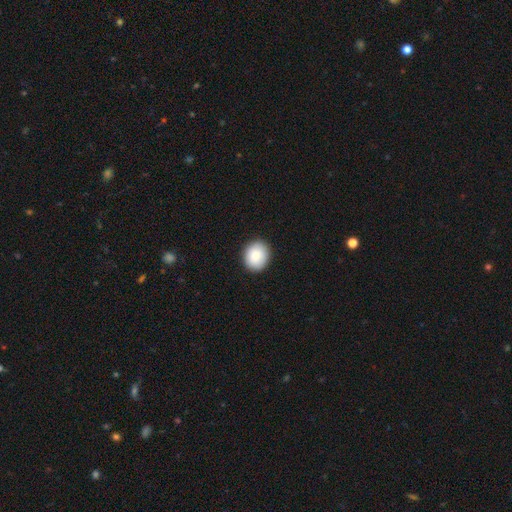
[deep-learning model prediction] A smooth galaxy with no disk features (87%) that is round (66%).

Vote fractions:
- Smooth or featured? smooth: 87% / star or artifact: 7% / featured or disk: 6%
- How rounded? round: 66% / in between: 33% / cigar-shaped: 1%
- Merging? none: 90% / minor disturbance: 7% / major disturbance: 2% / merger: 1%